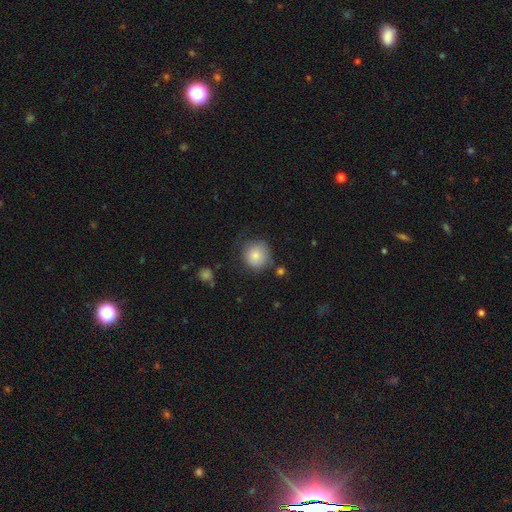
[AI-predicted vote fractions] Smooth or featured?
  - smooth: 82% *
  - featured or disk: 10%
  - star or artifact: 9%
How rounded?
  - round: 89% *
  - in between: 10%
  - cigar-shaped: 1%
Merging?
  - none: 68% *
  - minor disturbance: 21%
  - major disturbance: 7%
  - merger: 3%